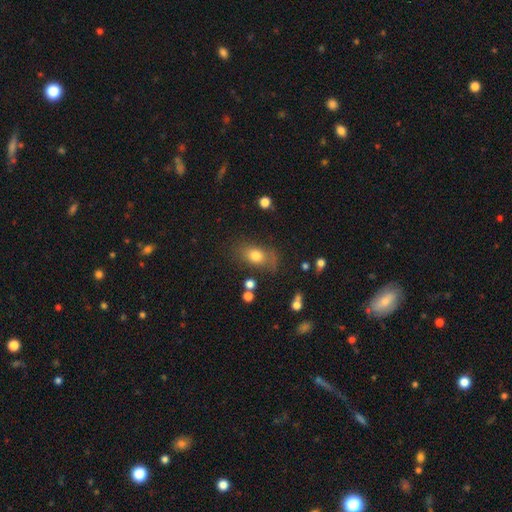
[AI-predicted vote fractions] The model was most divided on "merging": none: 63%, minor disturbance: 22%, major disturbance: 11%, merger: 4%. More confident: how rounded — in between (76%); smooth or featured — smooth (75%).